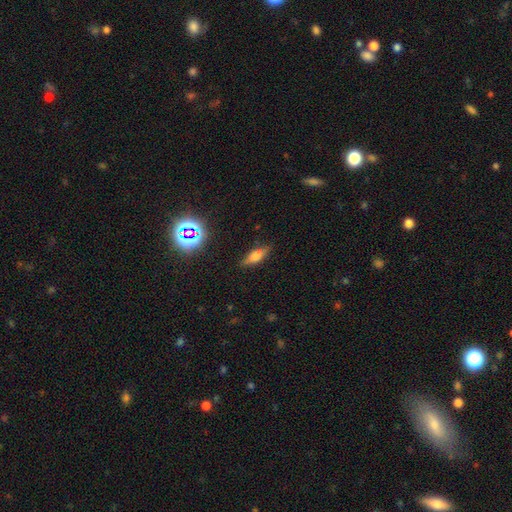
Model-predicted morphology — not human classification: Smooth or featured? smooth (57%)
How rounded? in between (59%)
Merging? none (80%)